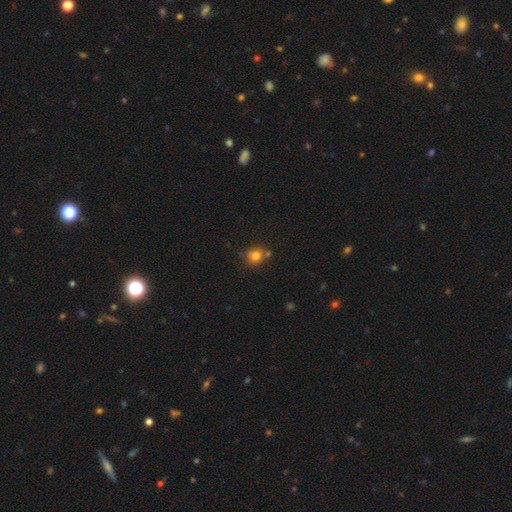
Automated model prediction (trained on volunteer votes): Smooth or featured? smooth (78%)
How rounded? round (82%)
Merging? none (64%)